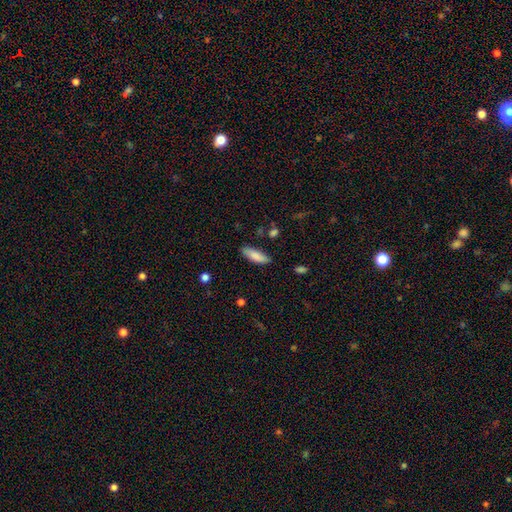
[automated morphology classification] A smooth galaxy with no disk features (85%) that is in between round and cigar-shaped (57%). Merging: none (82%).